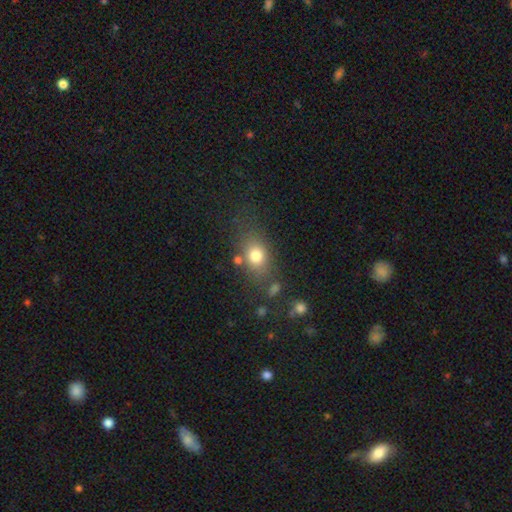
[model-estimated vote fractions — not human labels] The model was most divided on "how rounded": in between: 59%, round: 38%, cigar-shaped: 3%. More confident: smooth or featured — smooth (77%); merging — none (68%).